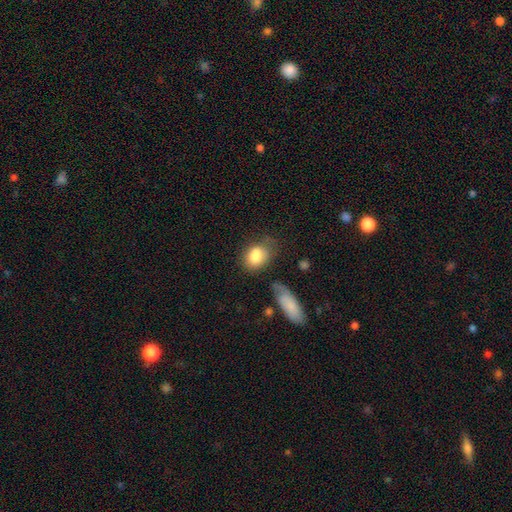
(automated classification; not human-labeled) smooth-or-featured: smooth: 83% | featured or disk: 10% | star or artifact: 7%
  how-rounded: in between: 74% | round: 24% | cigar-shaped: 2%
  merging: none: 51% | minor disturbance: 27% | major disturbance: 12% | merger: 9%